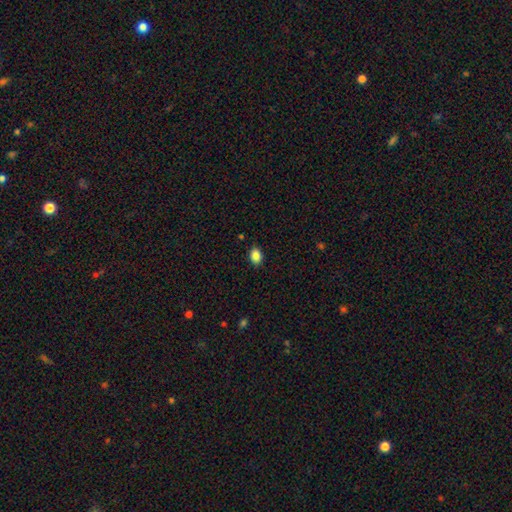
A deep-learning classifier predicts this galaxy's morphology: Smooth or featured? smooth (87%)
How rounded? in between (72%)
Merging? none (87%)